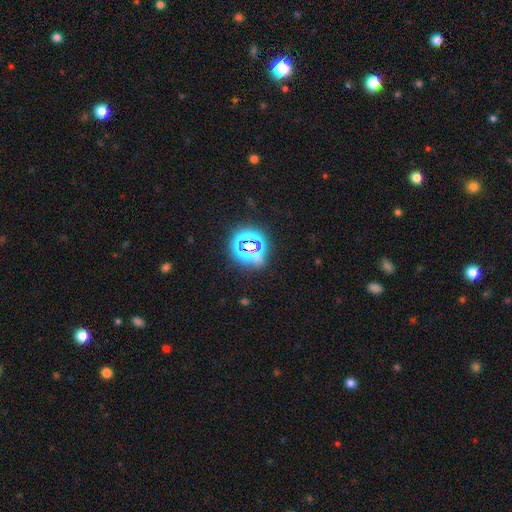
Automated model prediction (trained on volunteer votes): Overall: star or artifact (66%).